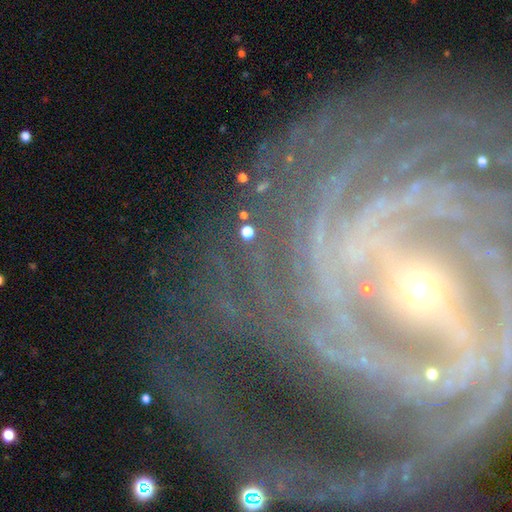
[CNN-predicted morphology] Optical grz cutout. It shows a featured or disk galaxy (85%) with a strong bar (45%), more than 4 (24%) tight (66%) spiral arms (97%) and a small central bulge (76%). Merging: none (61%).